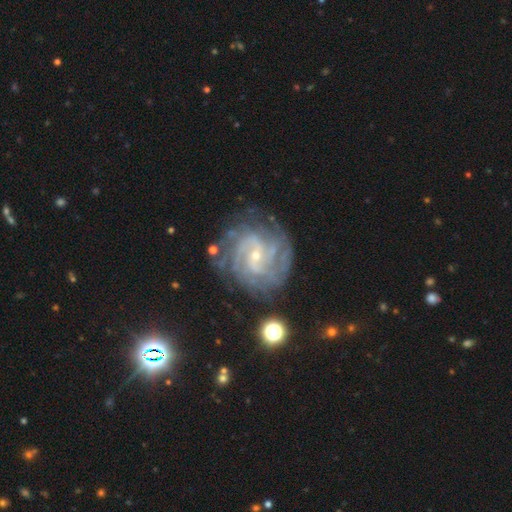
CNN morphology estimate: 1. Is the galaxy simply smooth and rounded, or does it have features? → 89% featured or disk, 6% star or artifact, 5% smooth.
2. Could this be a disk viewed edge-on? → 98% no, 2% yes.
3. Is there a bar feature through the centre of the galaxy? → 46% no, 41% weak, 13% strong.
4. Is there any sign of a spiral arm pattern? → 97% yes, 3% no.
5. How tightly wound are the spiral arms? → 61% tight, 33% medium, 7% loose.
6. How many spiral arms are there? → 25% can't tell, 21% 4, 20% 3, 18% 2, 9% more than 4, 7% 1.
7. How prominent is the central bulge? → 81% small, 15% moderate, 2% none, 1% large, 1% dominant.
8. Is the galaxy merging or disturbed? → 74% none, 16% minor disturbance, 8% major disturbance, 2% merger.